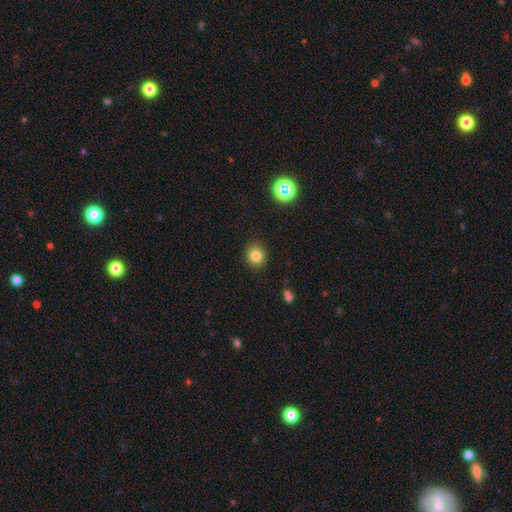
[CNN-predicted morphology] The model was most divided on "how rounded": round: 81%, in between: 18%, cigar-shaped: 1%. More confident: merging — none (89%); smooth or featured — smooth (81%).